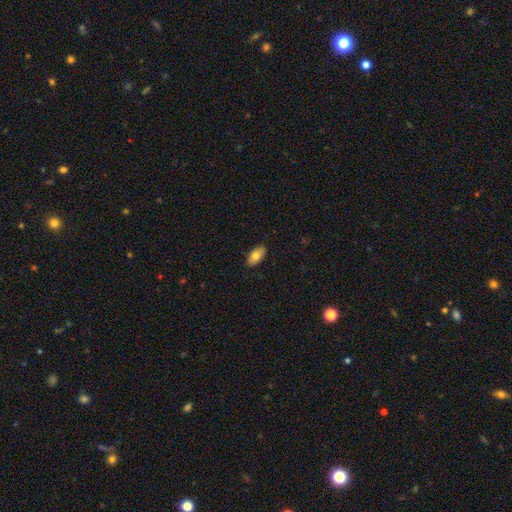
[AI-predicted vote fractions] A smooth galaxy with no disk features (77%) that is in between round and cigar-shaped (93%). Merging: none (88%).